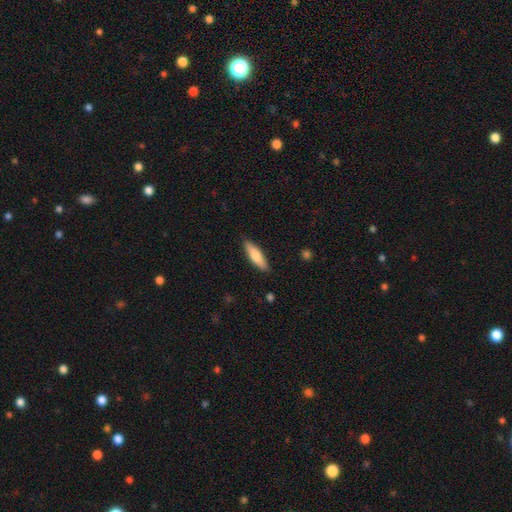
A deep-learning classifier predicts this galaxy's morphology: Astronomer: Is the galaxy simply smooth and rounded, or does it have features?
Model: smooth — 76%.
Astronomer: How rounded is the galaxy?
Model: cigar-shaped — 62% (runner-up: in between, 37%).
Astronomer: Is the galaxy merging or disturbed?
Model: none — 88%.